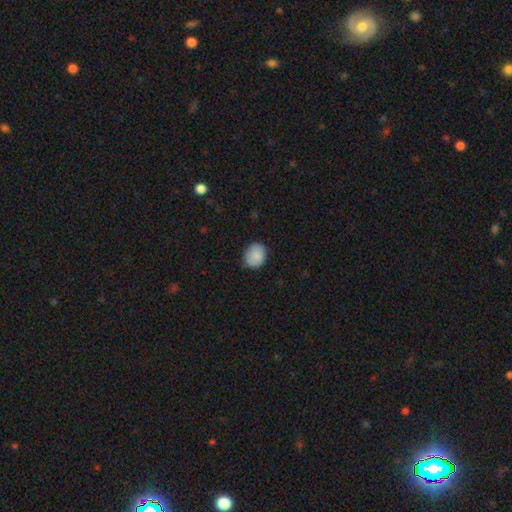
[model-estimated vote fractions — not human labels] smooth_or_featured: smooth (p=0.86) [alt: star or artifact p=0.07]
how_rounded: round (p=0.69) [alt: in between p=0.30]
merging: none (p=0.81) [alt: minor disturbance p=0.16]